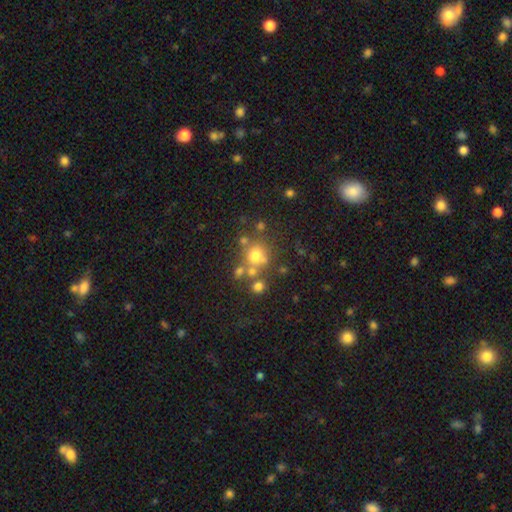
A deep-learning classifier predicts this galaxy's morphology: Smooth or featured?
  - smooth: 64% *
  - star or artifact: 19%
  - featured or disk: 17%
How rounded?
  - round: 85% *
  - in between: 14%
  - cigar-shaped: 1%
Merging?
  - none: 58% *
  - merger: 23%
  - minor disturbance: 12%
  - major disturbance: 7%